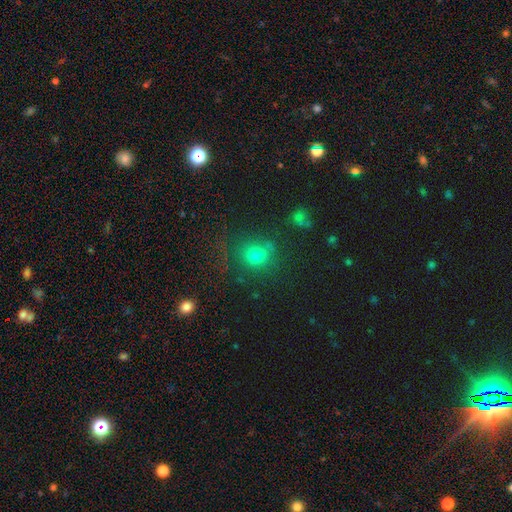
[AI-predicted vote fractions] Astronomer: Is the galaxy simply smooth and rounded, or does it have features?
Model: smooth — 68%.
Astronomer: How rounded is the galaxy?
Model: round — 73%.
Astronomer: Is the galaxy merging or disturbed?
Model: none — 54%.